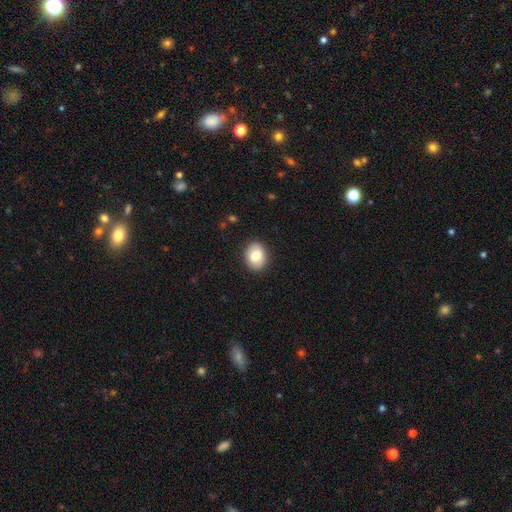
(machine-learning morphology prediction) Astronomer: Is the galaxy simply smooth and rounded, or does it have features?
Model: smooth — 81%.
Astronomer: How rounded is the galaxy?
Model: in between — 62% (runner-up: round, 37%).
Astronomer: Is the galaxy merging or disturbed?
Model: none — 89%.